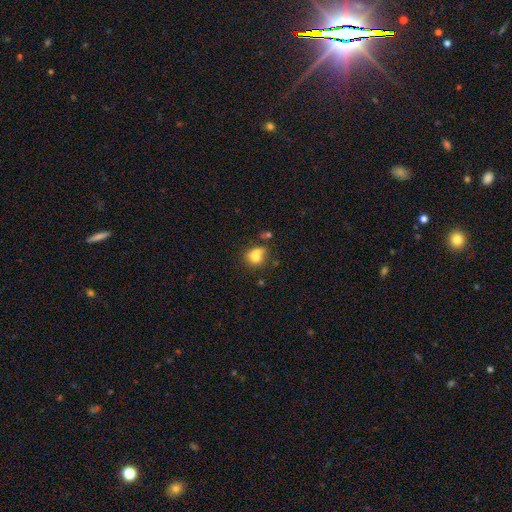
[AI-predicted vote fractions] Q: Smooth or featured?
A: smooth (71%); runner-up: featured or disk (17%)
Q: How rounded?
A: round (59%); runner-up: in between (40%)
Q: Merging?
A: none (35%); runner-up: merger (33%)